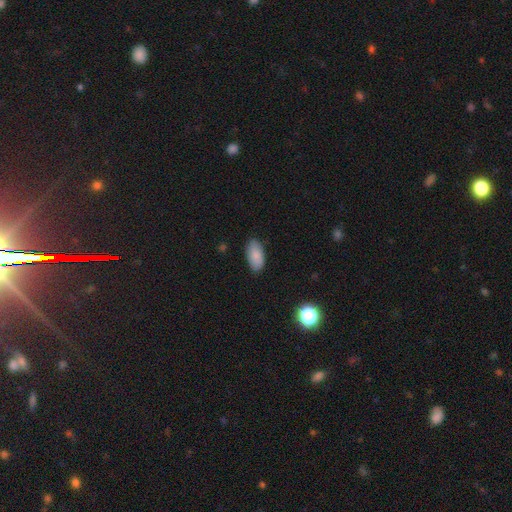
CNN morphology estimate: Overall: smooth (86%). How rounded: in between (93%). Merging: none (86%).